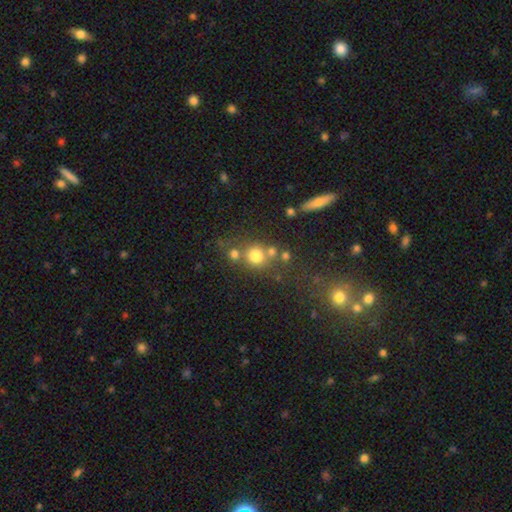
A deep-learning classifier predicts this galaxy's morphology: Smooth or featured?
  - smooth: 74% *
  - star or artifact: 16%
  - featured or disk: 10%
How rounded?
  - round: 85% *
  - in between: 14%
  - cigar-shaped: 1%
Merging?
  - none: 58% *
  - merger: 26%
  - minor disturbance: 11%
  - major disturbance: 6%